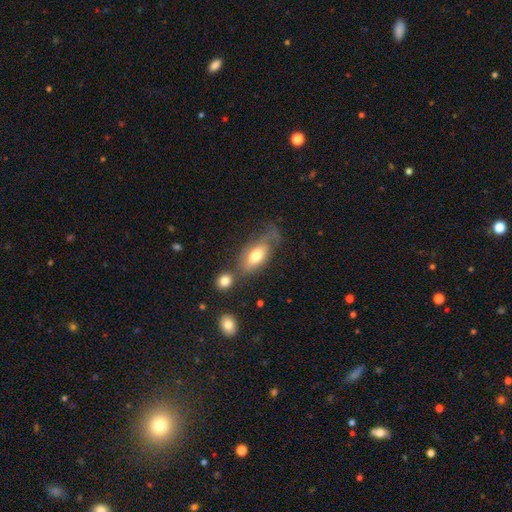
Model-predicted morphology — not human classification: A smooth galaxy with no disk features (65%) that is in between round and cigar-shaped (86%). Merging: none (37%).